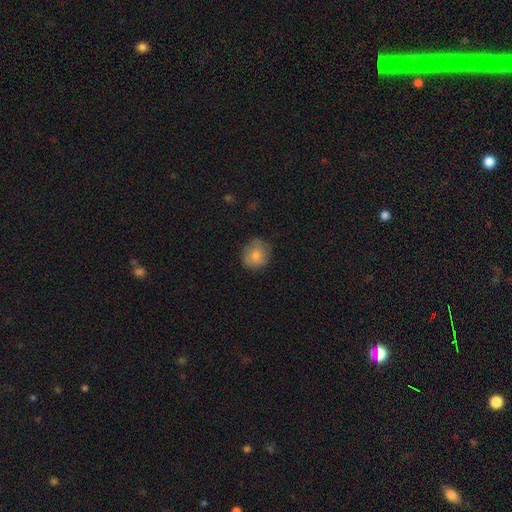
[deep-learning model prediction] Smooth or featured? smooth (79%)
How rounded? round (84%)
Merging? none (78%)